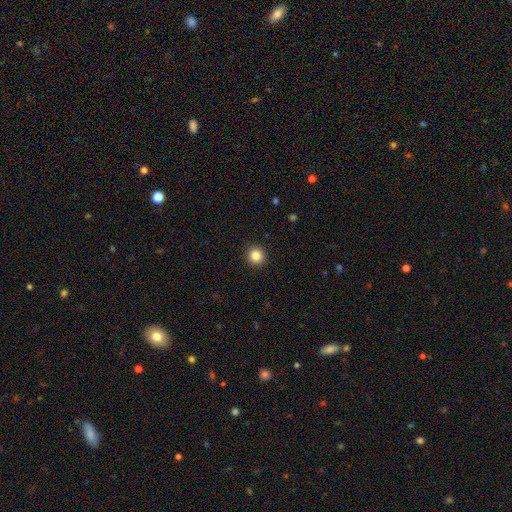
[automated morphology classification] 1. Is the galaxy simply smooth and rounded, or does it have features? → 84% smooth, 11% star or artifact, 5% featured or disk.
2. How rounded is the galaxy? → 93% round, 6% in between, 1% cigar-shaped.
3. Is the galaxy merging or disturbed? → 93% none, 4% minor disturbance, 2% major disturbance, 1% merger.